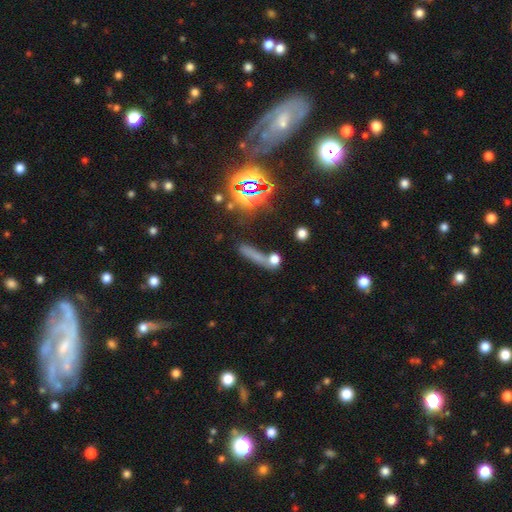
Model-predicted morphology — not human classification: A smooth galaxy with no disk features (50%) that is cigar-shaped (71%).

Vote fractions:
- Smooth or featured? smooth: 50% / star or artifact: 32% / featured or disk: 17%
- How rounded? cigar-shaped: 71% / in between: 17% / round: 12%
- Merging? none: 54% / merger: 22% / minor disturbance: 14% / major disturbance: 10%